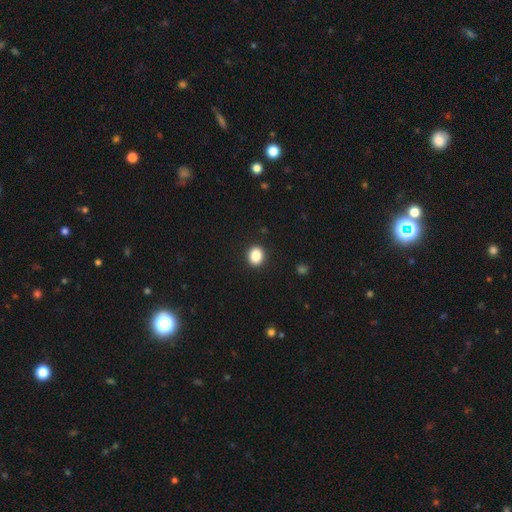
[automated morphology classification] smooth_or_featured: smooth (p=0.86) [alt: star or artifact p=0.09]
how_rounded: round (p=0.65) [alt: in between p=0.34]
merging: none (p=0.91) [alt: minor disturbance p=0.06]